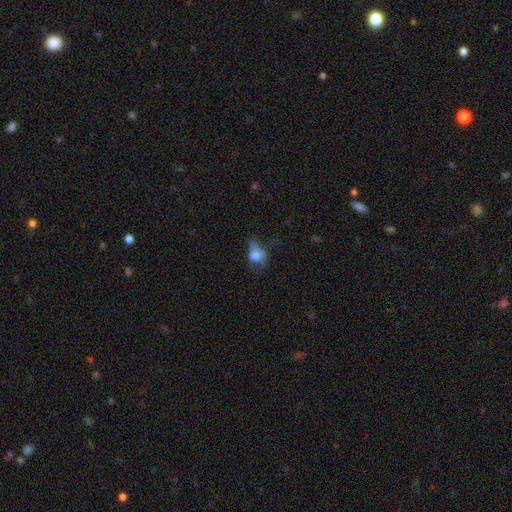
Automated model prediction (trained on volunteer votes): Morphology: type=smooth (64%); roundness=in between (58%); merging=major disturbance (39%).